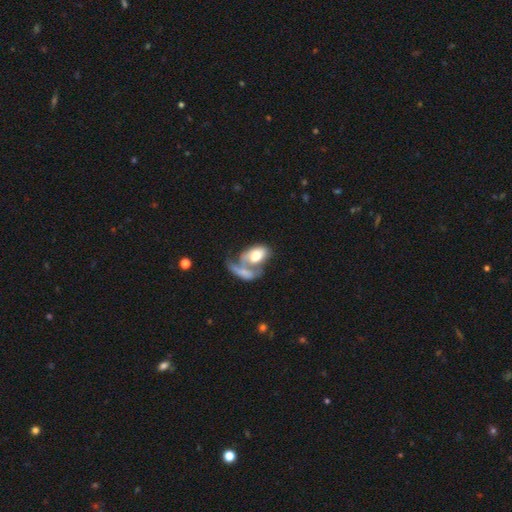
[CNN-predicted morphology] Smooth or featured?
  - smooth: 61% *
  - featured or disk: 33%
  - star or artifact: 7%
How rounded?
  - in between: 88% *
  - round: 10%
  - cigar-shaped: 2%
Merging?
  - merger: 55% *
  - major disturbance: 21%
  - none: 15%
  - minor disturbance: 9%